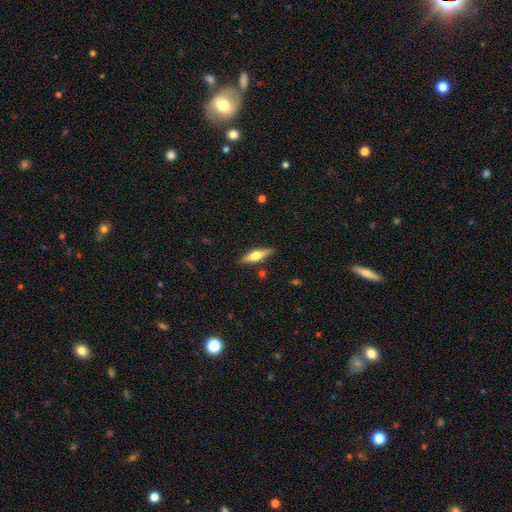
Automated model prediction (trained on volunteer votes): This appears to be a featured or disk galaxy (59%) viewed edge-on (95%) with a rounded central bulge (91%). Merging: none (87%).